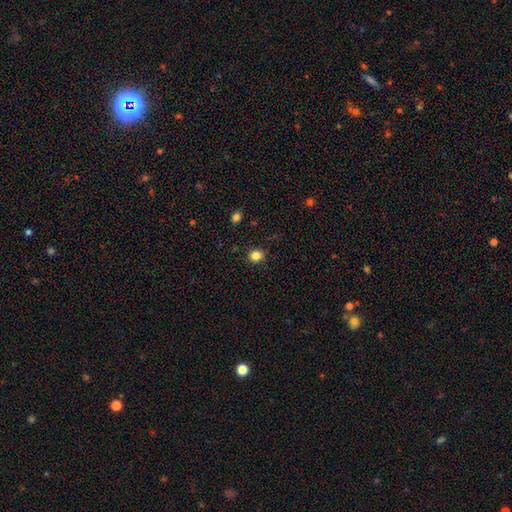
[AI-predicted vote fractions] Q: Smooth or featured?
A: smooth (84%); runner-up: star or artifact (12%)
Q: How rounded?
A: round (80%); runner-up: in between (19%)
Q: Merging?
A: none (89%); runner-up: minor disturbance (8%)